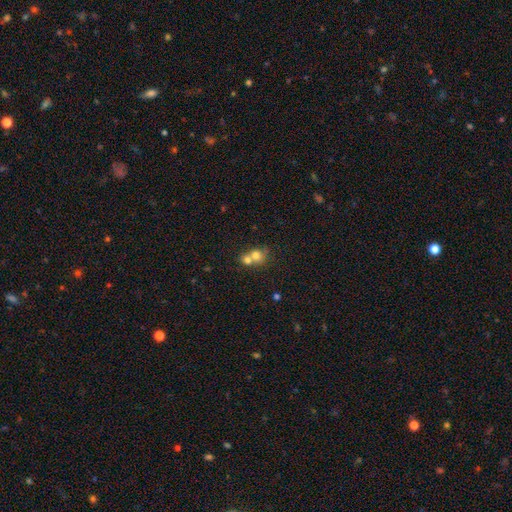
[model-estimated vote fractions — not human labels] smooth_or_featured: smooth (p=0.72) [alt: featured or disk p=0.17]
how_rounded: round (p=0.71) [alt: in between p=0.28]
merging: merger (p=0.66) [alt: none p=0.26]